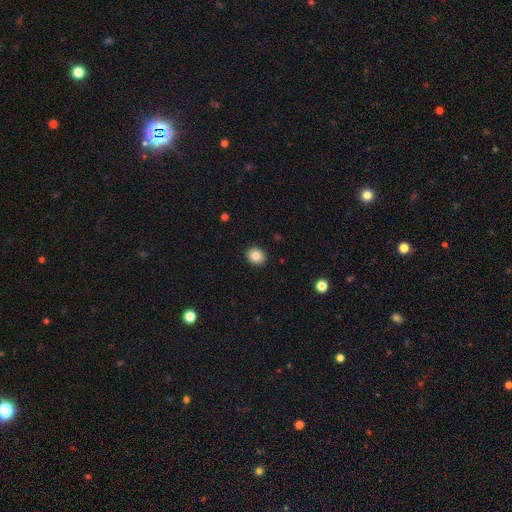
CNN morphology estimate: A smooth galaxy with no disk features (85%) that is round (55%). Merging: none (90%).